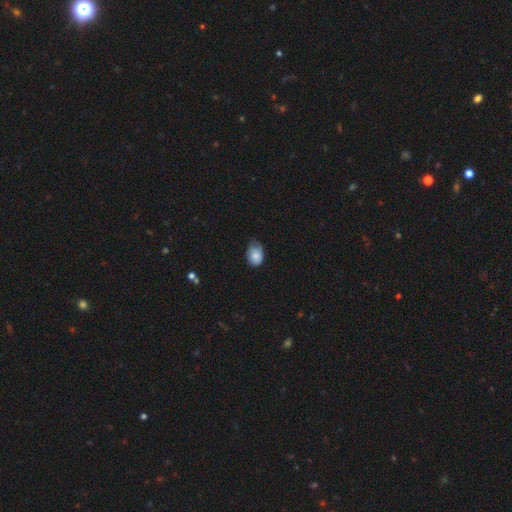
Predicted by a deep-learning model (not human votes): Smooth or featured? Predicted: smooth (p=0.79). How rounded? Predicted: in between (p=0.74). Merging? Predicted: minor disturbance (p=0.43, tied with none).